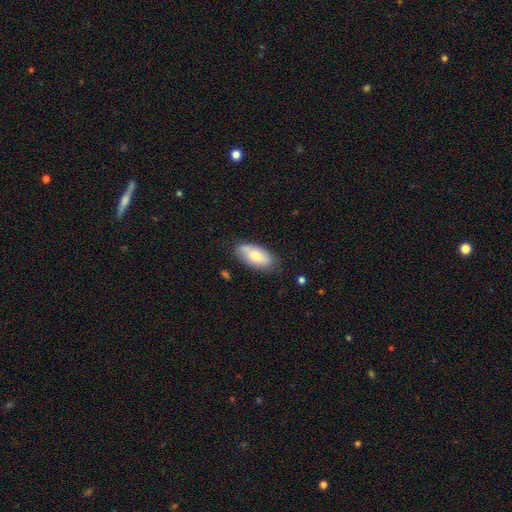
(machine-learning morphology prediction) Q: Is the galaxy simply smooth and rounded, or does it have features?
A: smooth — 72%.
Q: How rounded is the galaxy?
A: in between — 91%.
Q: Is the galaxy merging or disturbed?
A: none — 75%.